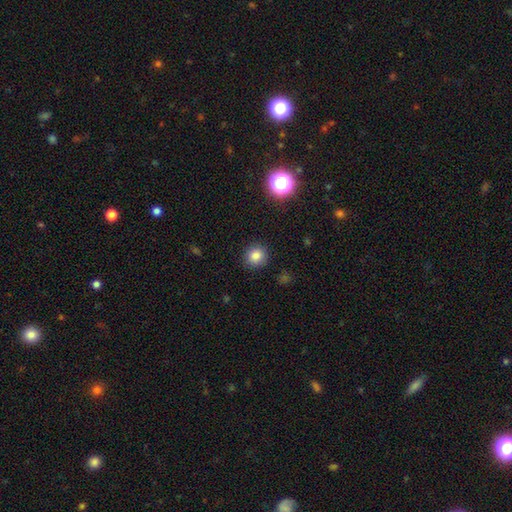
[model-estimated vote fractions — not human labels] The model was most divided on "smooth or featured": smooth: 82%, star or artifact: 12%, featured or disk: 5%. More confident: merging — none (90%); how rounded — round (89%).